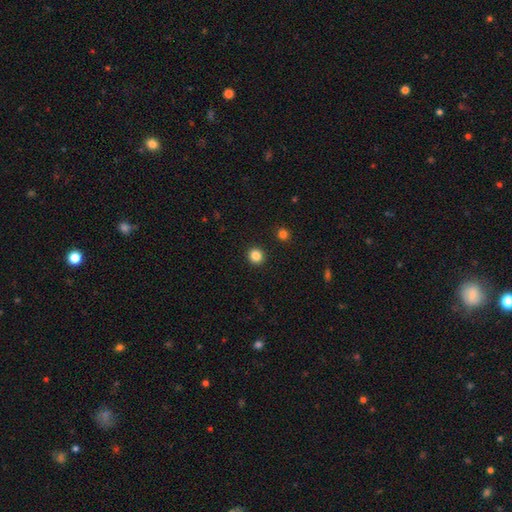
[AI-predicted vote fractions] smooth 85%, star or artifact 11%, featured or disk 4%. Down the decision tree: how rounded — round (92%); merging — none (93%).